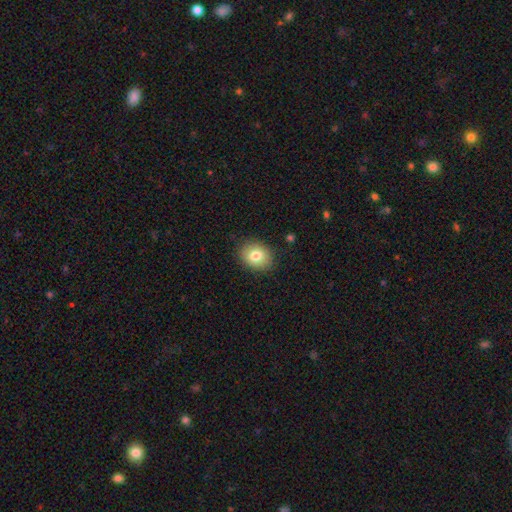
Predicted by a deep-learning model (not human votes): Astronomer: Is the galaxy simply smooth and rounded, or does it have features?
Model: smooth — 79%.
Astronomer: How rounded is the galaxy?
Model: round — 52% (runner-up: in between, 47%).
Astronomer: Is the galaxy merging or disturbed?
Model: none — 87%.